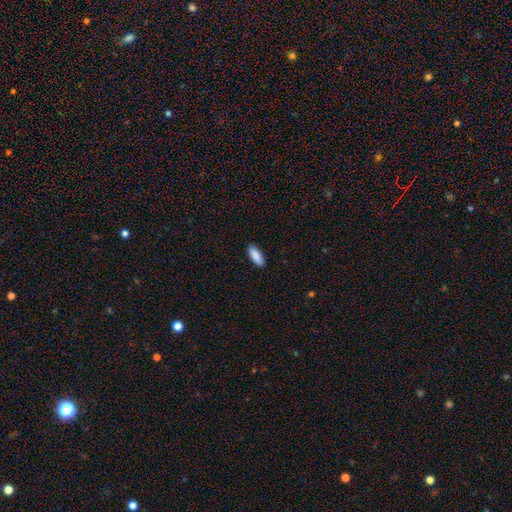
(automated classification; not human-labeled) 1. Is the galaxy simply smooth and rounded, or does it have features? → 90% smooth, 6% star or artifact, 4% featured or disk.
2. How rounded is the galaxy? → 73% in between, 26% cigar-shaped, 2% round.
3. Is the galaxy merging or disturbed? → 89% none, 8% minor disturbance, 2% major disturbance, 1% merger.